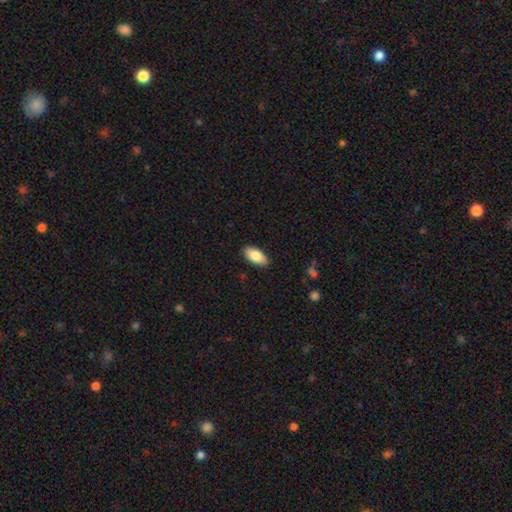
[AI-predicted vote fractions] Morphology: type=smooth (84%); roundness=in between (91%); merging=none (89%).